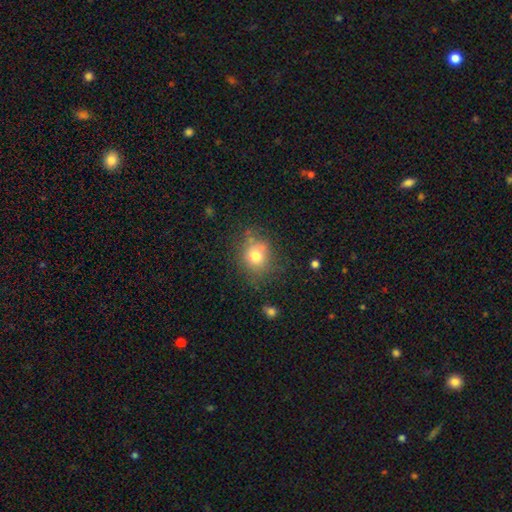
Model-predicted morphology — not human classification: Smooth or featured? Predicted: smooth (p=0.75). How rounded? Predicted: round (p=0.76). Merging? Predicted: none (p=0.66).